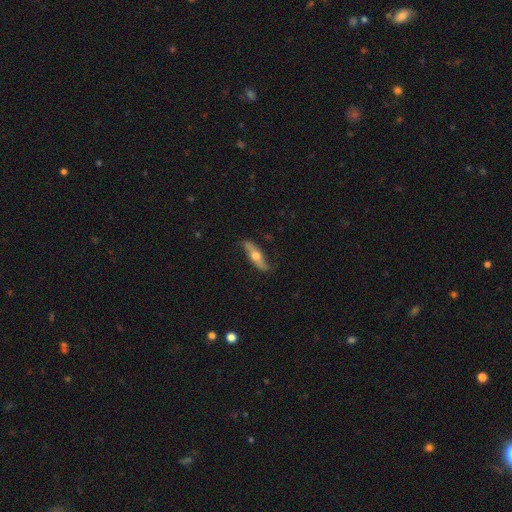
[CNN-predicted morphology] featured or disk 54%, smooth 40%, star or artifact 5%. Down the decision tree: edge-on disk — yes (69%); merging — none (79%).